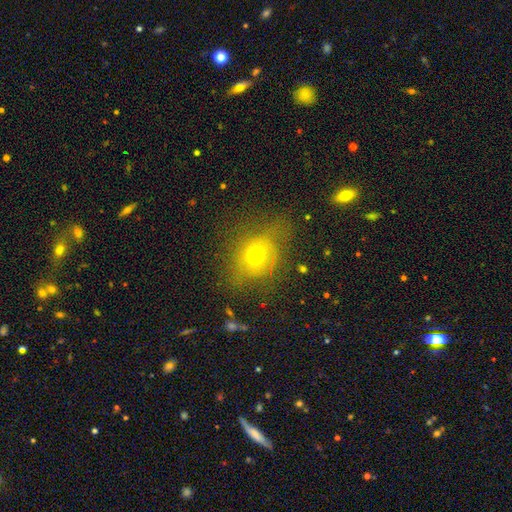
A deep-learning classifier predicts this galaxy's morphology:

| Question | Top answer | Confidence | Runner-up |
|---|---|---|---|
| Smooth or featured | smooth | 58% | featured or disk (27%) |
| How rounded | round | 66% | in between (32%) |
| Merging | none | 49% | minor disturbance (25%) |